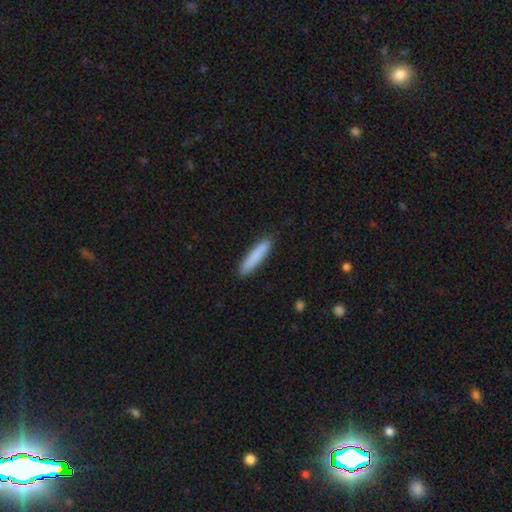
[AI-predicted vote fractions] Smooth or featured? Predicted: smooth (p=0.84). How rounded? Predicted: cigar-shaped (p=0.89). Merging? Predicted: none (p=0.89).